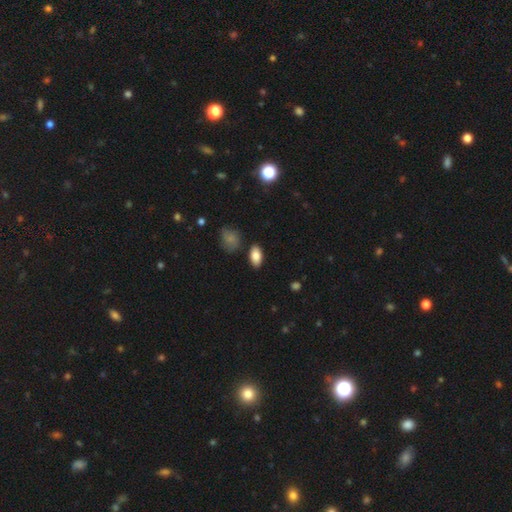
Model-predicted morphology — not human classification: A smooth galaxy with no disk features (84%) that is in between round and cigar-shaped (92%).

Vote fractions:
- Smooth or featured? smooth: 84% / featured or disk: 8% / star or artifact: 8%
- How rounded? in between: 92% / round: 5% / cigar-shaped: 4%
- Merging? none: 84% / minor disturbance: 10% / merger: 3% / major disturbance: 2%